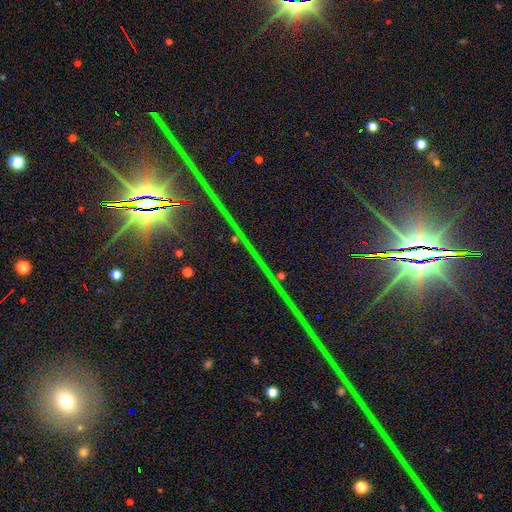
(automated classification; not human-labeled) smooth-or-featured: star or artifact: 84% | featured or disk: 10% | smooth: 6%